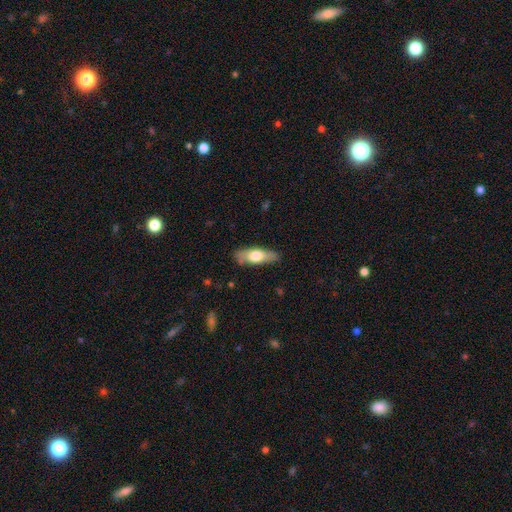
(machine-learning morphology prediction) A smooth galaxy with no disk features (59%) that is in between round and cigar-shaped (59%). Merging: none (81%).